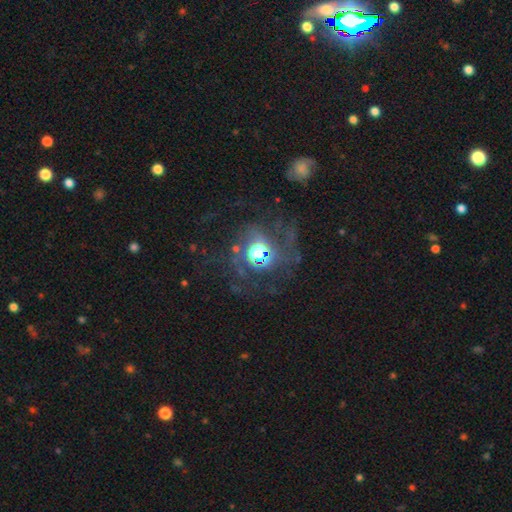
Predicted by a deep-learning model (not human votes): Smooth or featured: featured or disk — 50% (smooth — 26%)
Edge-on disk: no — 94% (yes — 6%)
Merging: none — 69% (major disturbance — 15%)